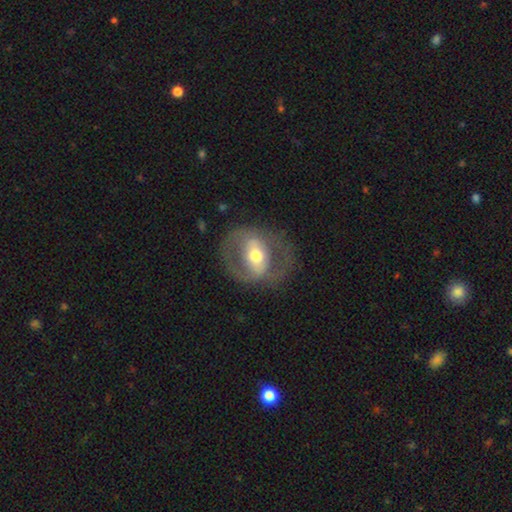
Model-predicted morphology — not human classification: featured or disk 64%, smooth 31%, star or artifact 6%. Down the decision tree: edge-on disk — no (93%); bar — strong (36%); spiral arms — no (66%); bulge size — moderate (68%); merging — none (67%).